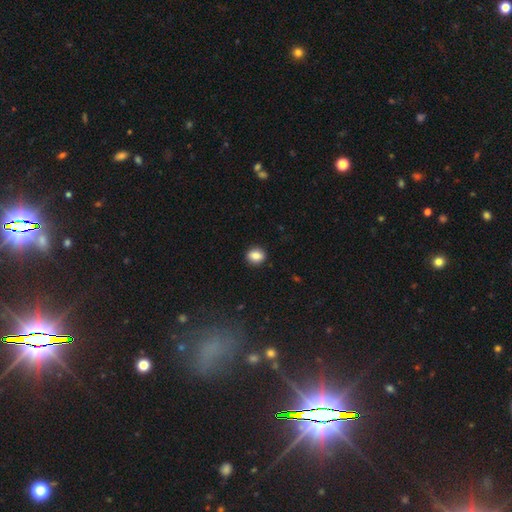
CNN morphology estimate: Overall: smooth (87%). How rounded: round (59%; in between 39%). Merging: none (89%).